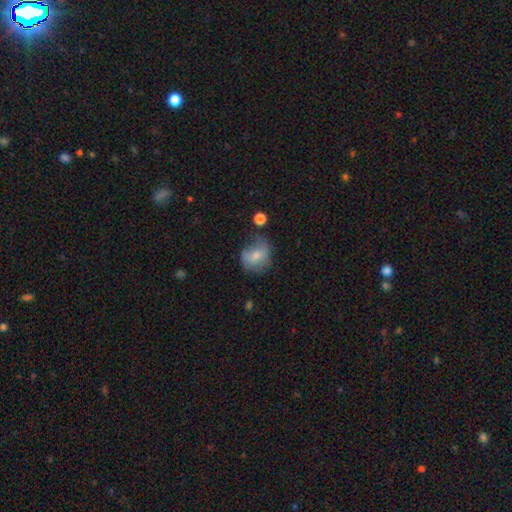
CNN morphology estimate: smooth-or-featured: smooth: 65% | featured or disk: 26% | star or artifact: 9%
  how-rounded: round: 60% | in between: 39% | cigar-shaped: 1%
  merging: none: 44% | minor disturbance: 32% | major disturbance: 20% | merger: 4%